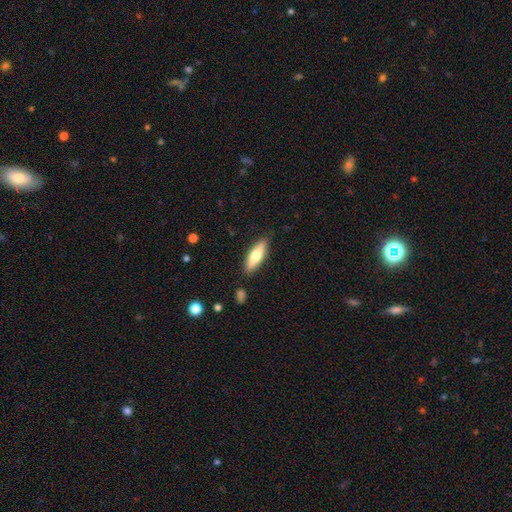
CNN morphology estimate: type=smooth (68%); roundness=in between (51%); merging=none (84%).